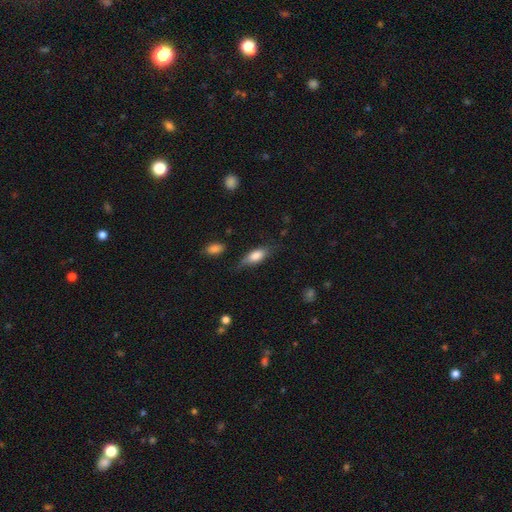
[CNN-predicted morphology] Smooth or featured? smooth (75%)
How rounded? in between (74%)
Merging? none (60%)